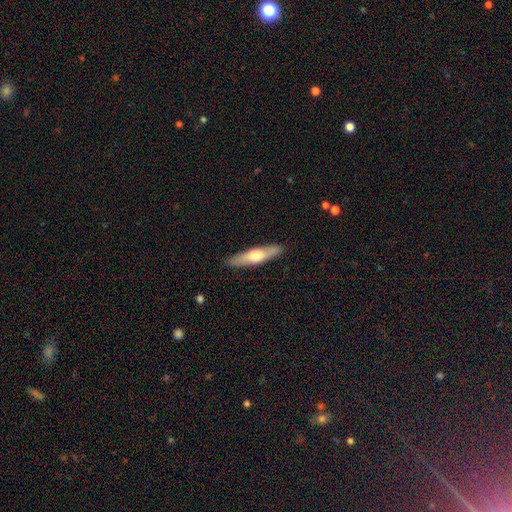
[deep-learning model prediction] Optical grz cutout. It shows a smooth galaxy with no disk features (48%). Merging: none (89%).